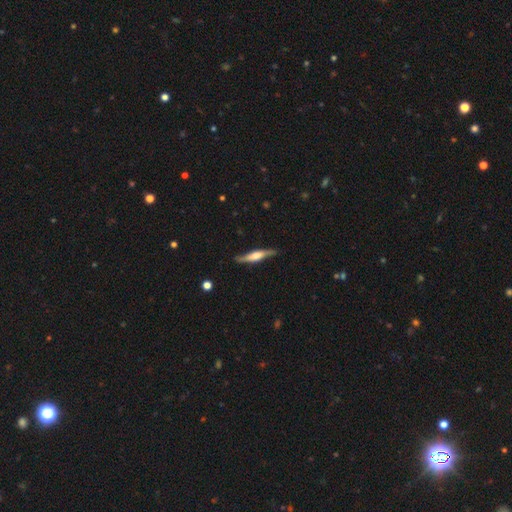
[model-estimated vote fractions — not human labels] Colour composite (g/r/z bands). It shows a featured or disk galaxy (67%) viewed edge-on (85%) with a rounded central bulge (70%). Merging: none (80%).